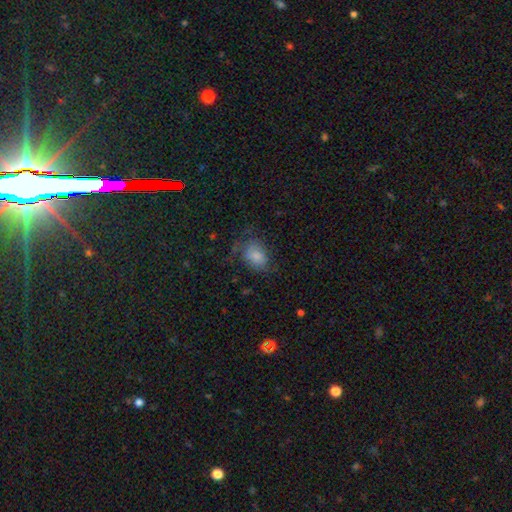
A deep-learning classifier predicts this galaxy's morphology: A smooth galaxy with no disk features (73%) that is in between round and cigar-shaped (70%). Merging: none (47%).